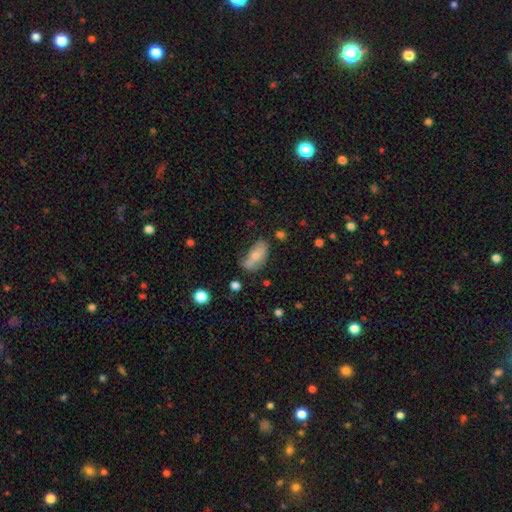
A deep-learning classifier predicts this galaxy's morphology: smooth-or-featured: smooth: 53% | featured or disk: 37% | star or artifact: 10%
  how-rounded: in between: 86% | cigar-shaped: 9% | round: 6%
  merging: none: 47% | minor disturbance: 31% | major disturbance: 13% | merger: 9%